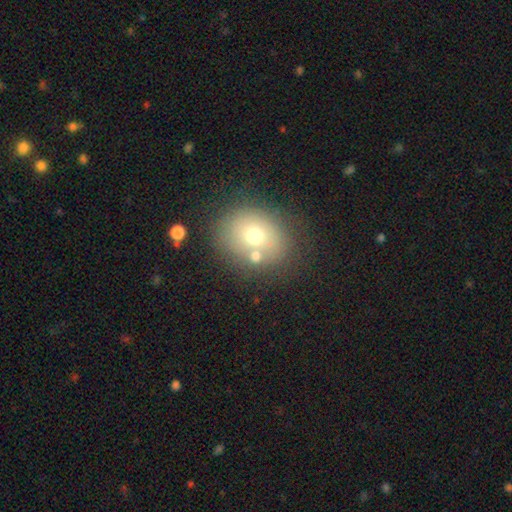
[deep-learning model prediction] Smooth or featured? smooth (66%)
How rounded? round (56%)
Merging? none (64%)